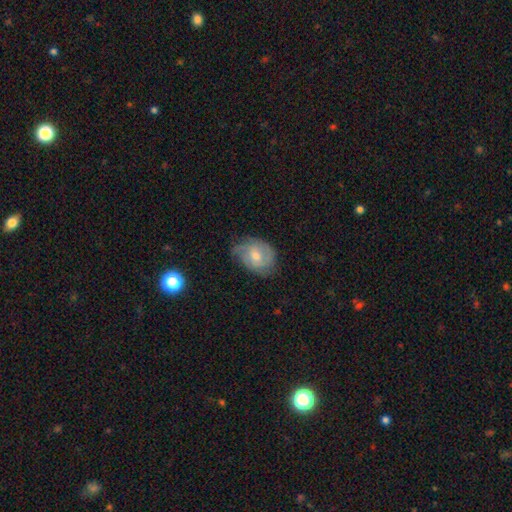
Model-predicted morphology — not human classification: Overall: featured or disk (58%; smooth 34%). Edge-on disk: no (96%). Bar: no (65%; weak 30%). Spiral arms: yes (83%). Bulge size: moderate (60%; small 35%). Merging: none (57%; minor disturbance 31%).